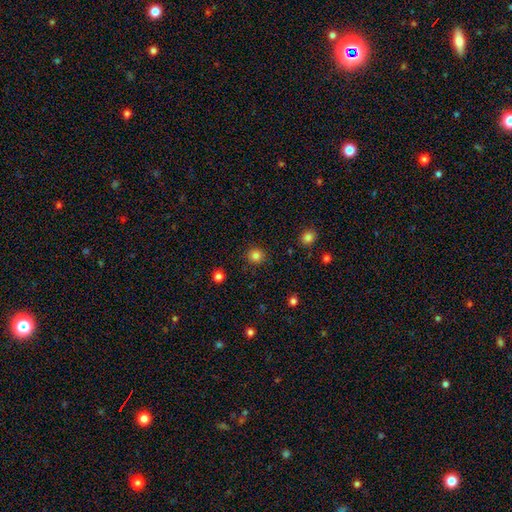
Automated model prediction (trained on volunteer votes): This appears to be a smooth galaxy with no disk features (83%) that is round (92%). Merging: none (91%).